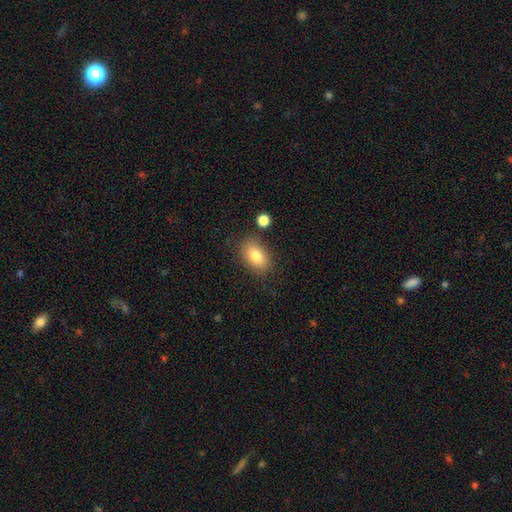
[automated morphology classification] Smooth or featured: smooth — 82% (featured or disk — 10%)
How rounded: in between — 88% (round — 10%)
Merging: none — 81% (minor disturbance — 12%)